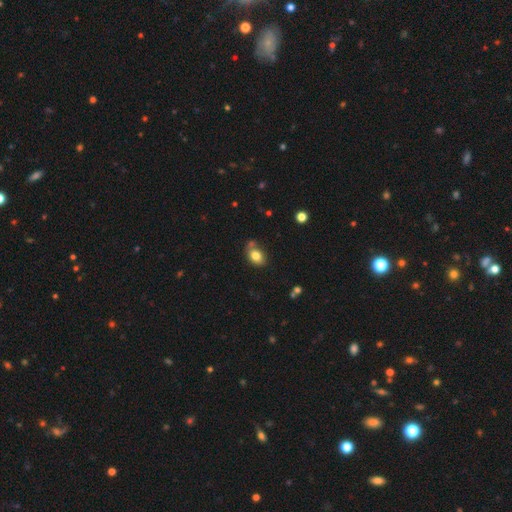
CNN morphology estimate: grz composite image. It shows a smooth galaxy with no disk features (81%) that is in between round and cigar-shaped (72%). Merging: none (62%).